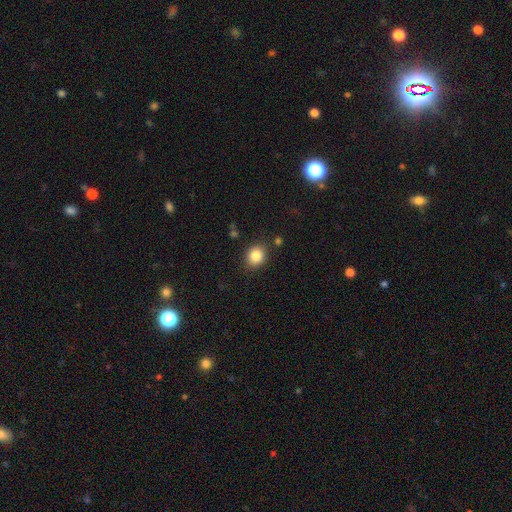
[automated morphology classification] smooth_or_featured: smooth (p=0.84) [alt: star or artifact p=0.10]
how_rounded: round (p=0.67) [alt: in between p=0.32]
merging: none (p=0.84) [alt: minor disturbance p=0.10]